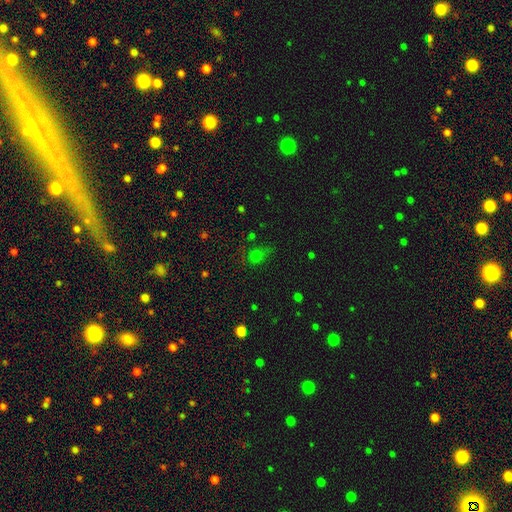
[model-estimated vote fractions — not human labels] A smooth galaxy with no disk features (62%) that is round (77%). Merging: none (66%).